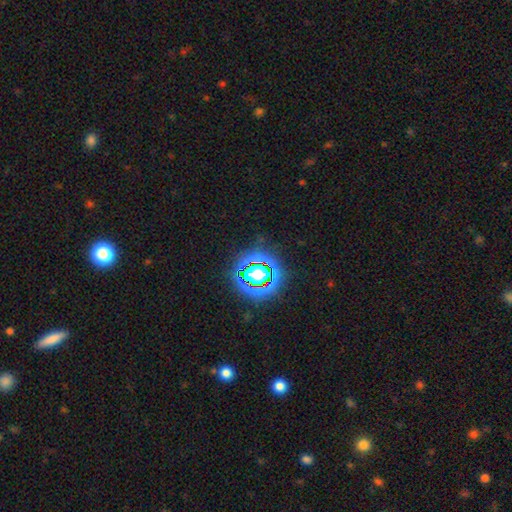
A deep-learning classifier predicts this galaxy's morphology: The model was most divided on "smooth or featured": star or artifact: 81%, smooth: 12%, featured or disk: 7%.